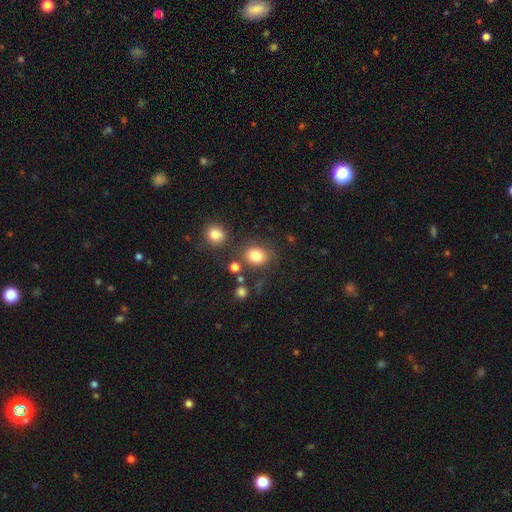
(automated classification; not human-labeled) Smooth or featured: smooth — 81% (star or artifact — 12%)
How rounded: round — 58% (in between — 41%)
Merging: none — 73% (minor disturbance — 13%)